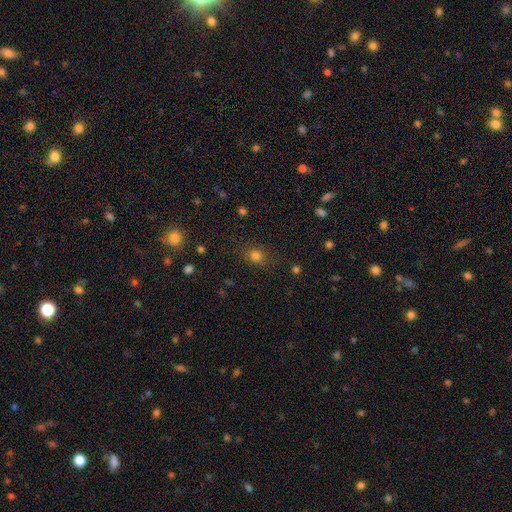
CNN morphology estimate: smooth-or-featured: smooth: 75% | star or artifact: 17% | featured or disk: 7%
  how-rounded: round: 57% | in between: 42% | cigar-shaped: 2%
  merging: none: 79% | minor disturbance: 14% | major disturbance: 5% | merger: 2%